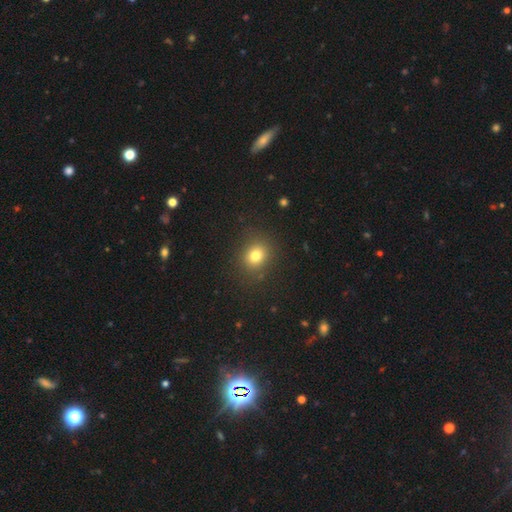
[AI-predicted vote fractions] smooth 78%, star or artifact 14%, featured or disk 8%. Down the decision tree: how rounded — round (74%); merging — none (87%).